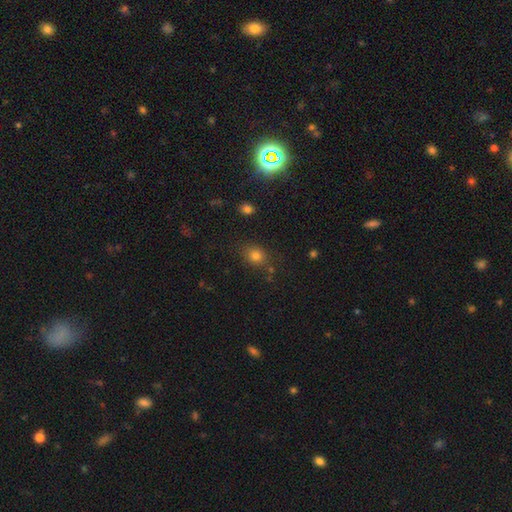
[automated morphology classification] Smooth or featured? Predicted: smooth (p=0.79). How rounded? Predicted: round (p=0.60). Merging? Predicted: none (p=0.79).